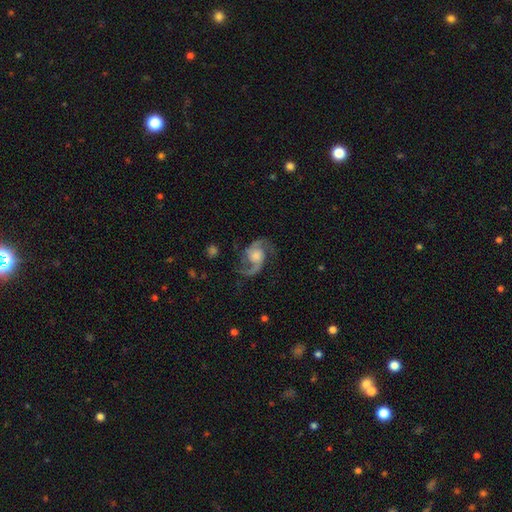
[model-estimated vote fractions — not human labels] featured or disk 89%, star or artifact 6%, smooth 5%. Down the decision tree: edge-on disk — no (98%); bar — no (64%); spiral arms — yes (98%); spiral arm count — 2 (92%); spiral winding — medium (51%); bulge size — moderate (42%); merging — none (76%).